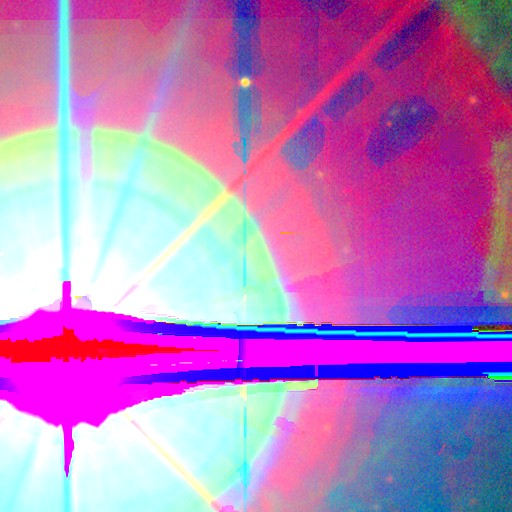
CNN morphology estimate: This appears to be a star or artifact, not a galaxy (84%).